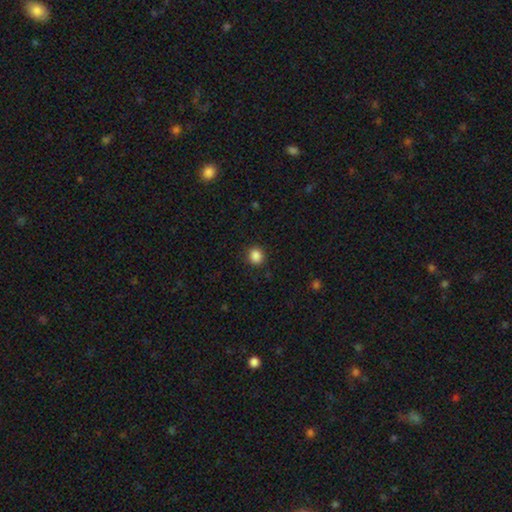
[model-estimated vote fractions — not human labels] A smooth galaxy with no disk features (87%) that is round (83%). Merging: none (89%).